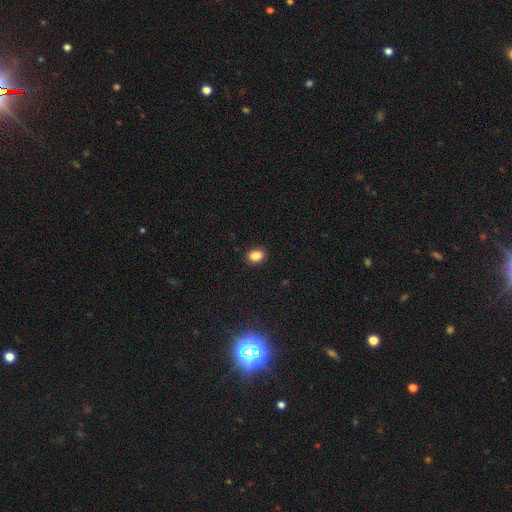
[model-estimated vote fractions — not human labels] Morphology: type=smooth (87%); roundness=in between (68%); merging=none (88%).